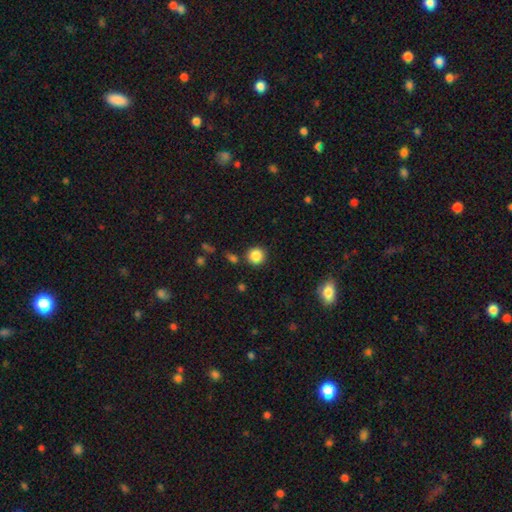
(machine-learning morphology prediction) Smooth or featured? Predicted: smooth (p=0.86). How rounded? Predicted: round (p=0.92). Merging? Predicted: none (p=0.85).